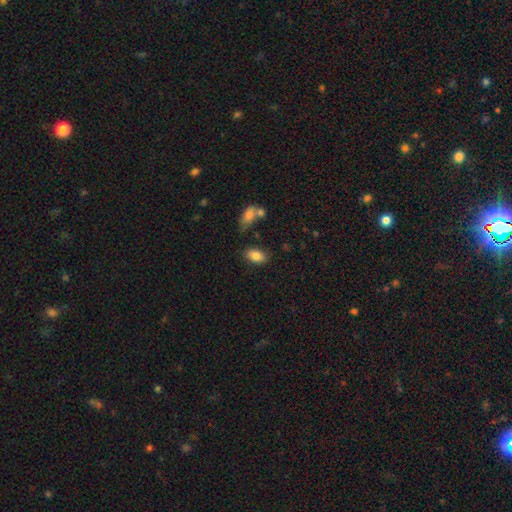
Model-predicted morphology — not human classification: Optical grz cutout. It shows a smooth galaxy with no disk features (85%) that is in between round and cigar-shaped (91%). Merging: none (77%).